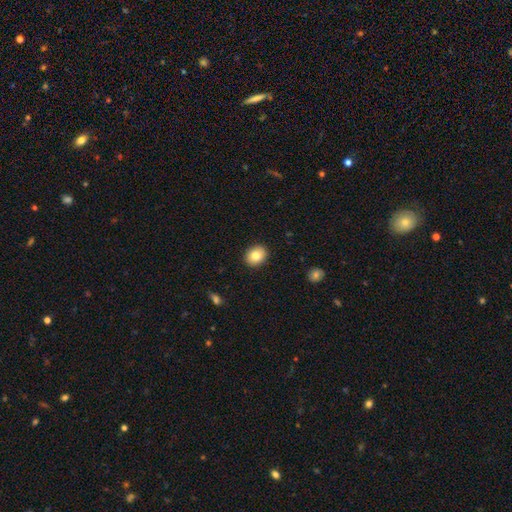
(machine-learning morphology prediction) Smooth or featured: smooth — 81% (featured or disk — 10%)
How rounded: round — 51% (in between — 48%)
Merging: none — 91% (minor disturbance — 7%)